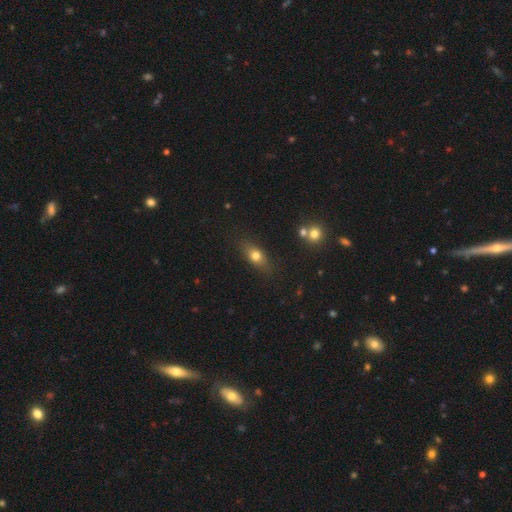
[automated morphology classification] The model was most divided on "smooth or featured": smooth: 71%, featured or disk: 18%, star or artifact: 11%. More confident: merging — none (80%); how rounded — in between (71%).